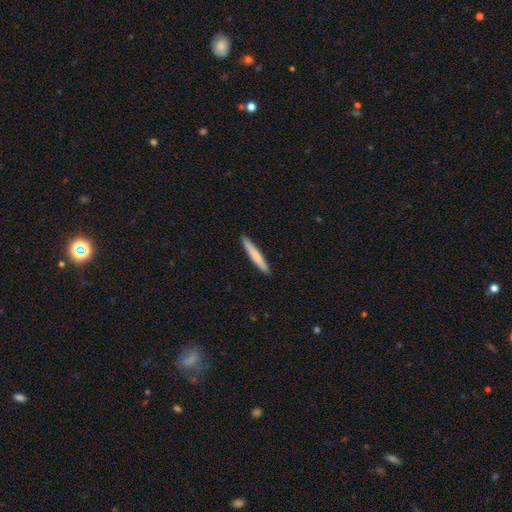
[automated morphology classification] This appears to be a smooth galaxy with no disk features (72%) that is cigar-shaped (95%). Merging: none (92%).